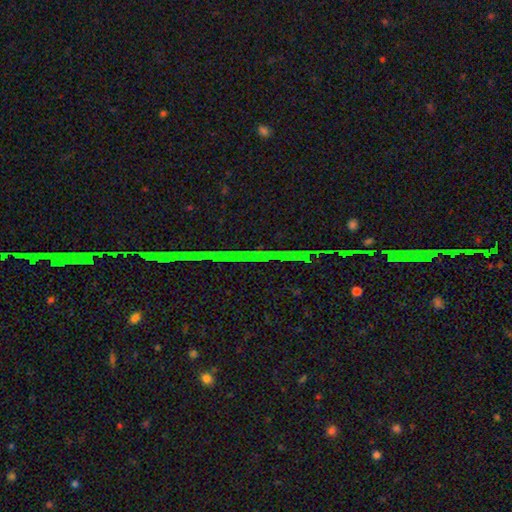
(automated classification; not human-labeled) Smooth or featured: star or artifact — 85% (featured or disk — 8%)